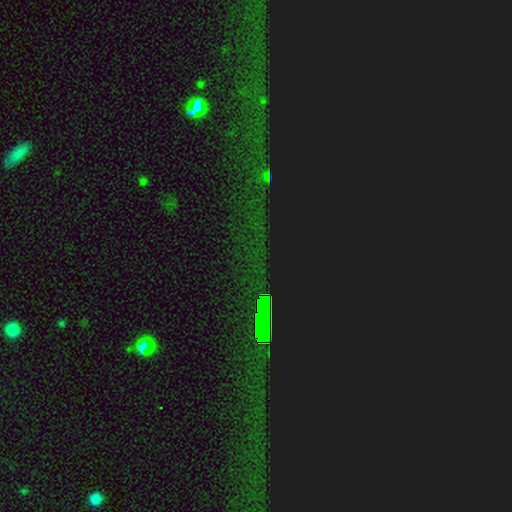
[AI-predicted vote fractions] star or artifact 81%, smooth 9%, featured or disk 9%.